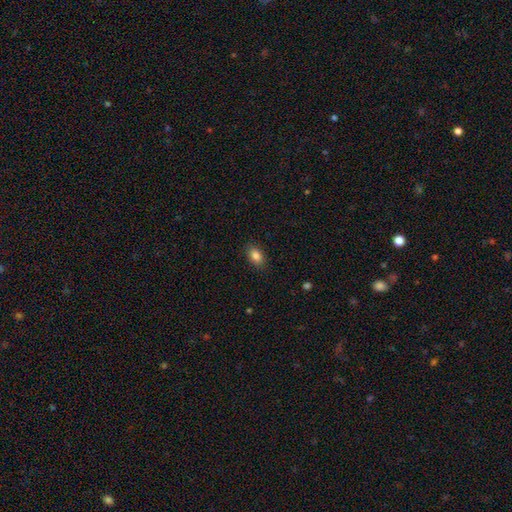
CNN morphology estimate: Q: Smooth or featured?
A: smooth (85%); runner-up: star or artifact (9%)
Q: How rounded?
A: in between (86%); runner-up: round (12%)
Q: Merging?
A: none (88%); runner-up: minor disturbance (9%)